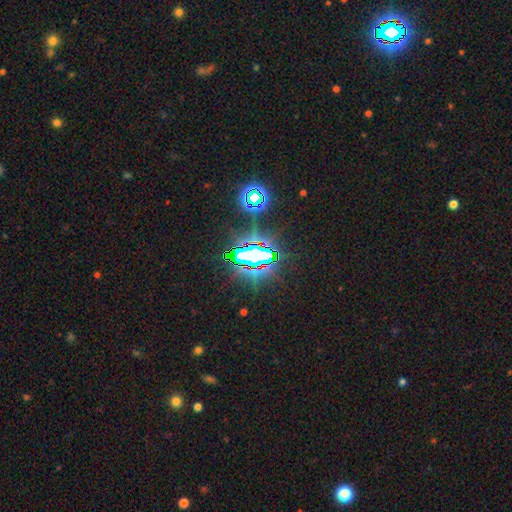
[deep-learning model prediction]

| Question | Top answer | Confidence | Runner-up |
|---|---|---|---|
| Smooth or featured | star or artifact | 78% | smooth (11%) |